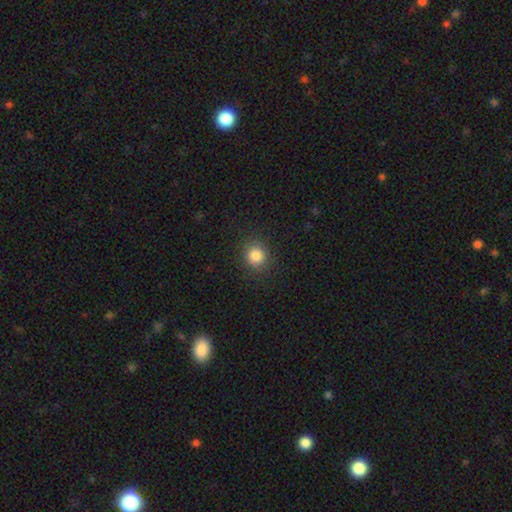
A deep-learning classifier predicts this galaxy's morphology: Smooth or featured: smooth — 84% (star or artifact — 11%)
How rounded: round — 88% (in between — 12%)
Merging: none — 89% (minor disturbance — 7%)